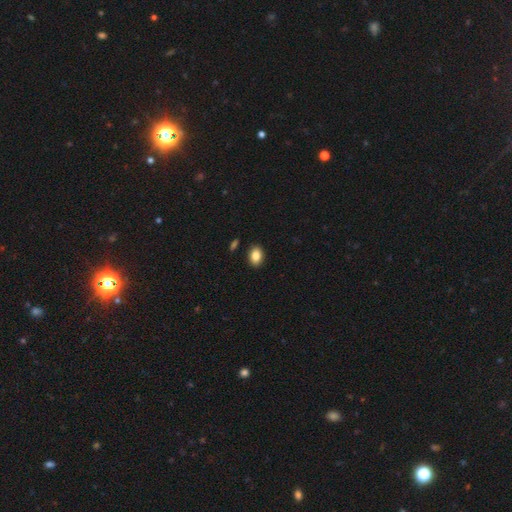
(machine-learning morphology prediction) smooth-or-featured: smooth: 85% | star or artifact: 8% | featured or disk: 7%
  how-rounded: in between: 82% | round: 17% | cigar-shaped: 1%
  merging: none: 89% | minor disturbance: 7% | major disturbance: 2% | merger: 2%